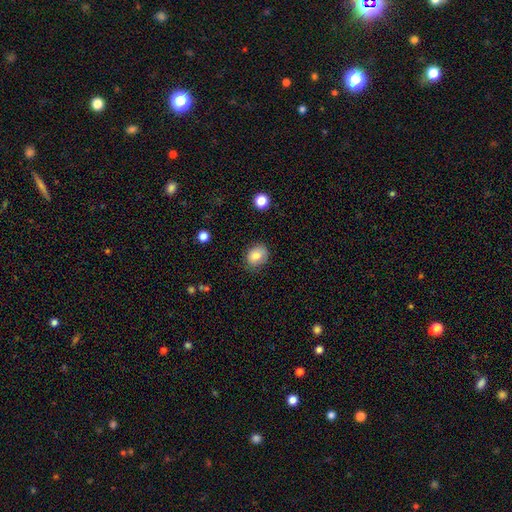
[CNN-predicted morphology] This appears to be a smooth galaxy with no disk features (80%) that is in between round and cigar-shaped (51%). Merging: none (73%).